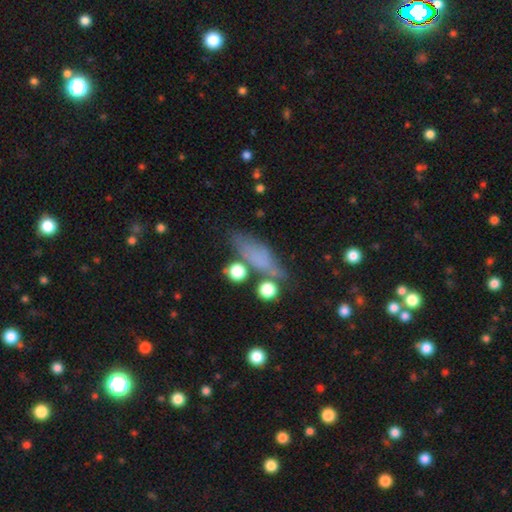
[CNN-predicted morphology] smooth_or_featured: smooth (p=0.65) [alt: featured or disk p=0.21]
how_rounded: in between (p=0.52) [alt: cigar-shaped p=0.40]
merging: none (p=0.62) [alt: minor disturbance p=0.21]